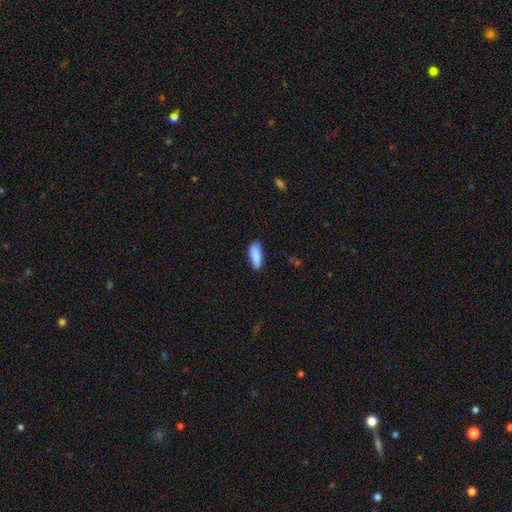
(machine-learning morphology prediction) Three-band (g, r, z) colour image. It shows a smooth galaxy with no disk features (88%) that is in between round and cigar-shaped (76%). Merging: none (81%).